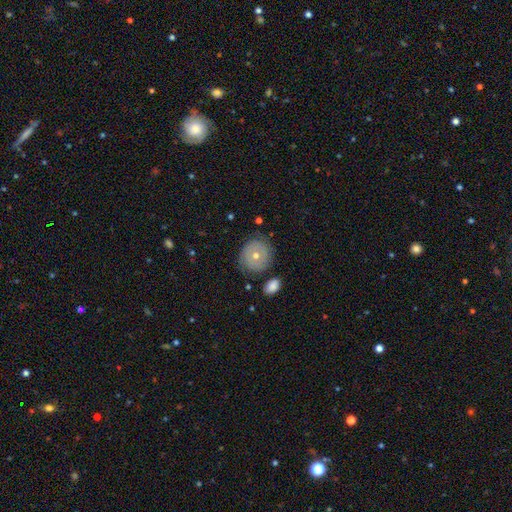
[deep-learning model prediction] Smooth or featured? Predicted: featured or disk (p=0.47). Merging? Predicted: none (p=0.80).